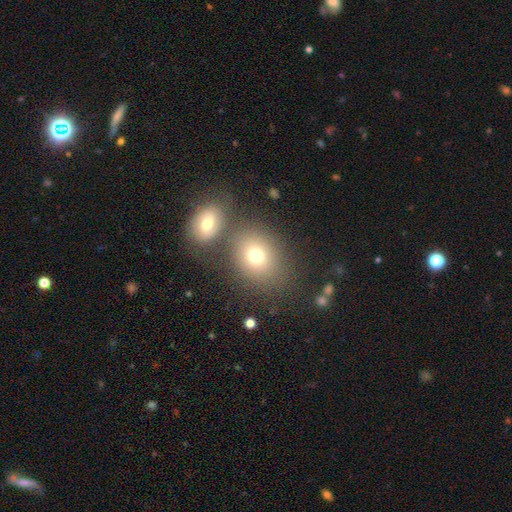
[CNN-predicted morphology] A smooth galaxy with no disk features (74%) that is round (57%).

Vote fractions:
- Smooth or featured? smooth: 74% / star or artifact: 14% / featured or disk: 13%
- How rounded? round: 57% / in between: 42% / cigar-shaped: 1%
- Merging? none: 64% / merger: 19% / minor disturbance: 11% / major disturbance: 5%